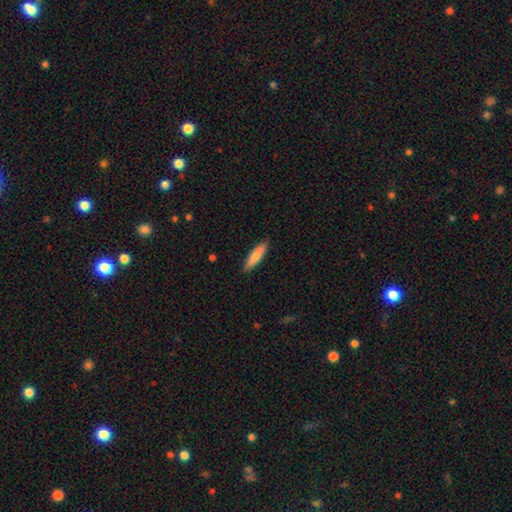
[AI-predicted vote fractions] Smooth or featured?
  - smooth: 79% *
  - featured or disk: 15%
  - star or artifact: 6%
How rounded?
  - cigar-shaped: 72% *
  - in between: 27%
  - round: 1%
Merging?
  - none: 85% *
  - minor disturbance: 11%
  - major disturbance: 2%
  - merger: 2%